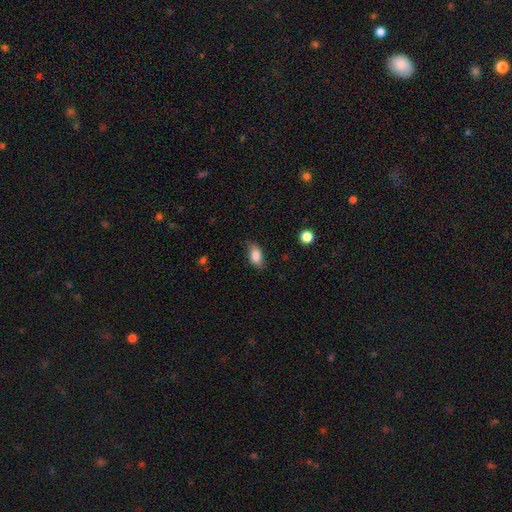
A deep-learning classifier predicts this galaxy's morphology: Smooth or featured? smooth (83%)
How rounded? in between (88%)
Merging? none (74%)